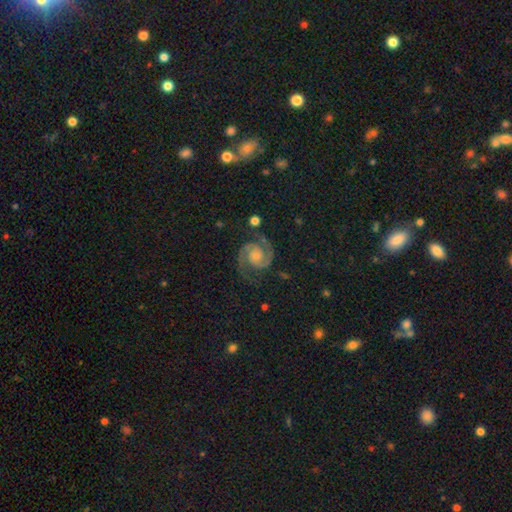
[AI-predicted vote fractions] The model was most divided on "bulge size": moderate: 45%, small: 38%, none: 10%, large: 6%, dominant: 2%. More confident: spiral arms — yes (99%); edge-on disk — no (98%); spiral arm count — 2 (94%); smooth or featured — featured or disk (91%); merging — none (81%); bar — no (66%); spiral winding — medium (52%).